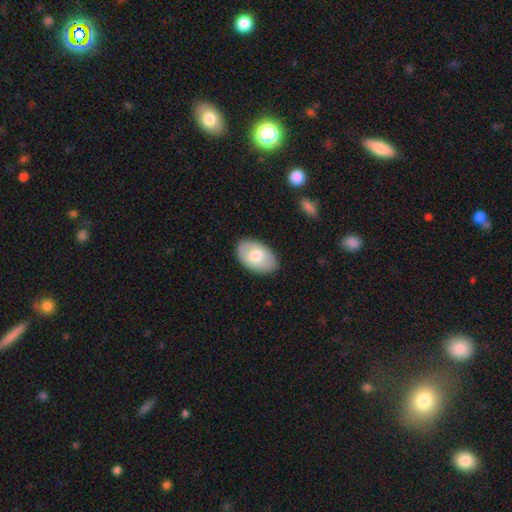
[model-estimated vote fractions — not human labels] Smooth or featured?
  - smooth: 64% *
  - featured or disk: 31%
  - star or artifact: 6%
How rounded?
  - in between: 91% *
  - round: 7%
  - cigar-shaped: 1%
Merging?
  - none: 85% *
  - minor disturbance: 11%
  - major disturbance: 3%
  - merger: 1%